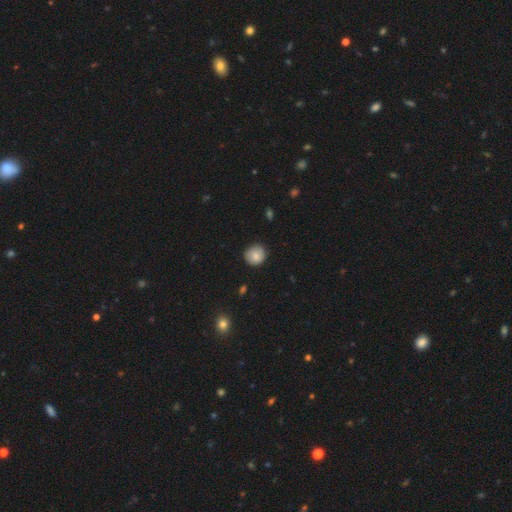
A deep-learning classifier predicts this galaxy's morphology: Q: Smooth or featured?
A: smooth (83%); runner-up: featured or disk (9%)
Q: How rounded?
A: round (85%); runner-up: in between (14%)
Q: Merging?
A: none (83%); runner-up: minor disturbance (13%)